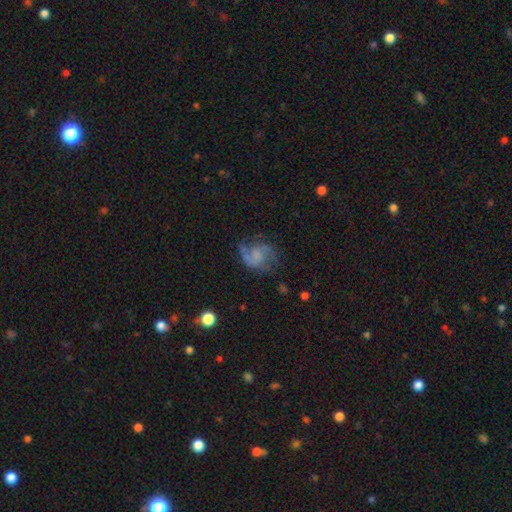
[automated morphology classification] Overall: featured or disk (67%). Edge-on disk: no (98%). Bar: no (62%; weak 32%). Spiral arms: yes (86%). Spiral arm count: 2 (66%). Spiral winding: medium (45%; loose 36%). Bulge size: none (52%; small 26%). Merging: none (53%; major disturbance 22%).